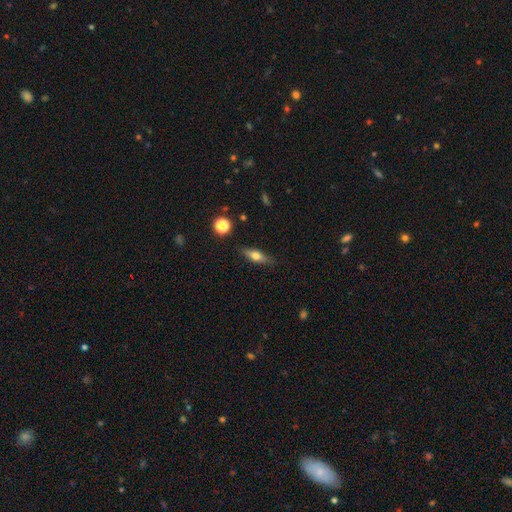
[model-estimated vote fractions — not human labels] Smooth or featured? smooth (58%)
How rounded? in between (51%)
Merging? none (84%)